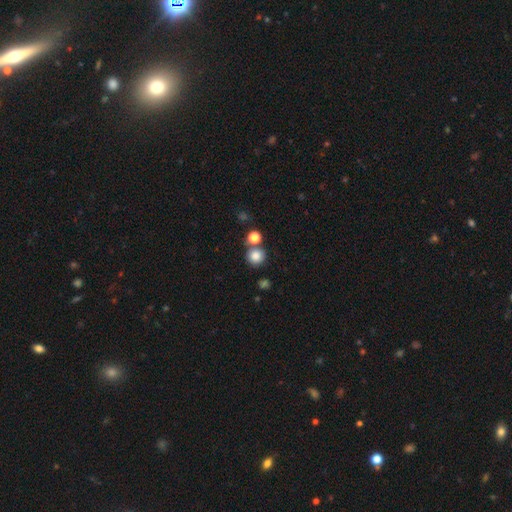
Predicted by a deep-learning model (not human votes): A smooth galaxy with no disk features (83%) that is round (91%).

Vote fractions:
- Smooth or featured? smooth: 83% / star or artifact: 12% / featured or disk: 5%
- How rounded? round: 91% / in between: 8% / cigar-shaped: 1%
- Merging? none: 71% / merger: 17% / minor disturbance: 9% / major disturbance: 3%